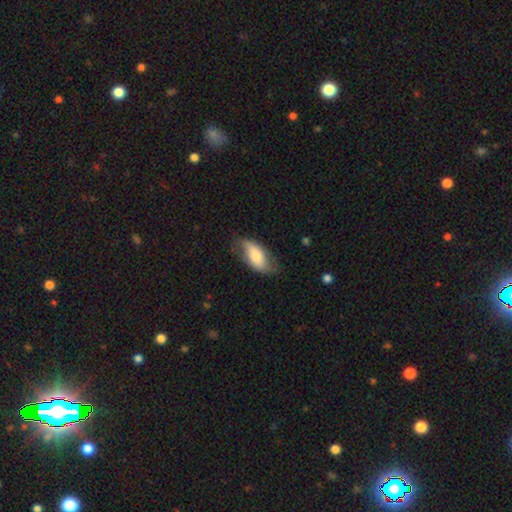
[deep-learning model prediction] Smooth or featured: smooth — 66% (featured or disk — 28%)
How rounded: in between — 87% (cigar-shaped — 10%)
Merging: none — 63% (minor disturbance — 27%)